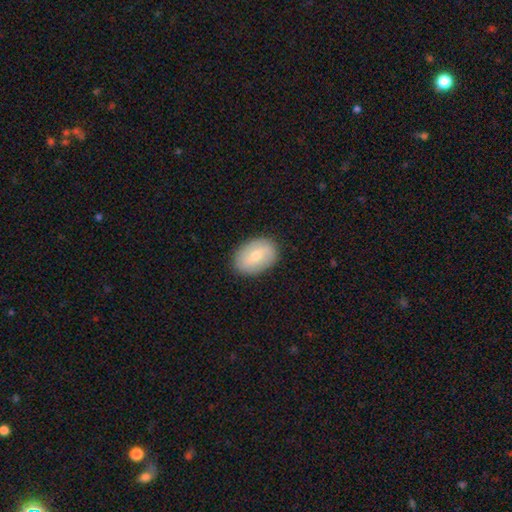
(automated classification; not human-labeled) A smooth galaxy with no disk features (62%) that is in between round and cigar-shaped (78%). Merging: none (87%).